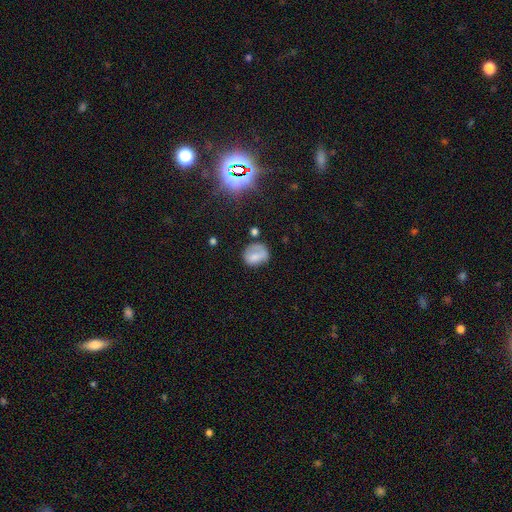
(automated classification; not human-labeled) A smooth galaxy with no disk features (72%) that is round (62%). Merging: none (56%).